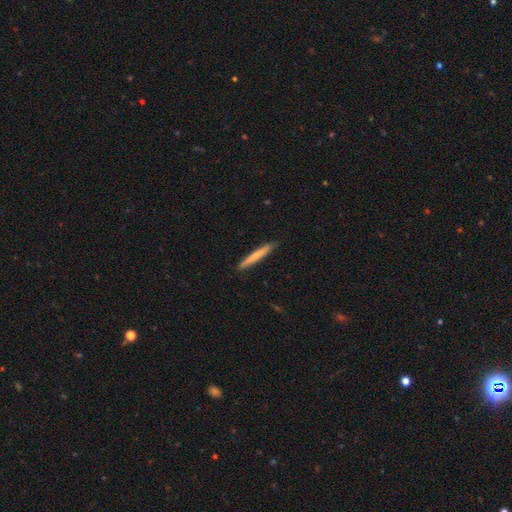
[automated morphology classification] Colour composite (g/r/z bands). It shows a smooth galaxy with no disk features (70%) that is cigar-shaped (96%). Merging: none (89%).